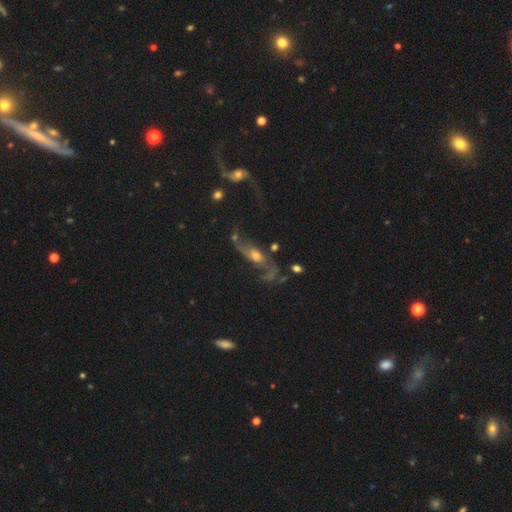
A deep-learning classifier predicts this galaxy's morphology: Smooth or featured: featured or disk — 78% (smooth — 13%)
Edge-on disk: no — 87% (yes — 13%)
Bar: no — 60% (weak — 30%)
Spiral arms: yes — 89% (no — 11%)
Spiral winding: loose — 79% (medium — 16%)
Spiral arm count: 2 — 84% (can't tell — 6%)
Bulge size: moderate — 54% (small — 33%)
Merging: none — 46% (major disturbance — 26%)